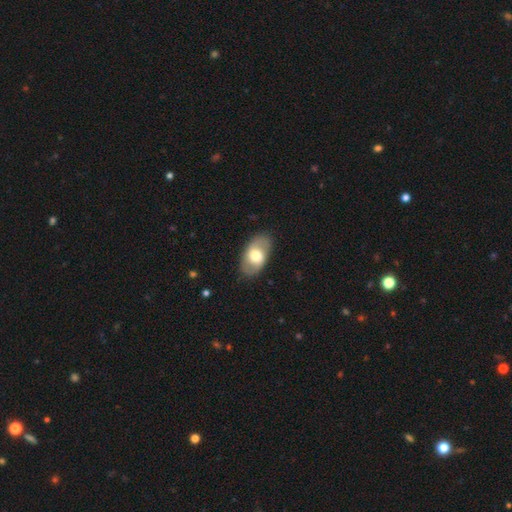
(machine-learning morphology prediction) Overall: smooth (50%; featured or disk 45%). Merging: none (83%).